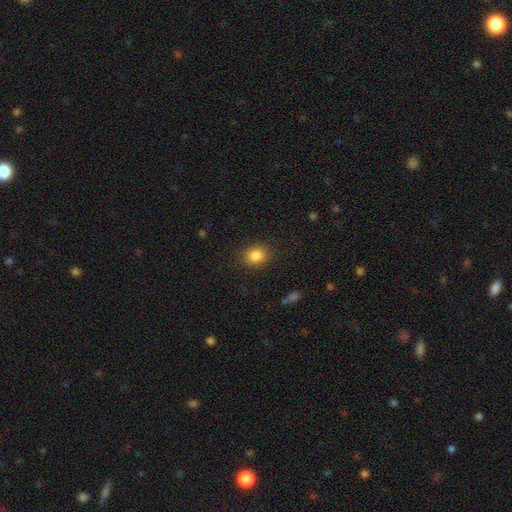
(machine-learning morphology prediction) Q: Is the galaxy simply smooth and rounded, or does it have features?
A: smooth — 85%.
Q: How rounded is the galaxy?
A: round — 56%.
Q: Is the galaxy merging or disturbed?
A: none — 87%.